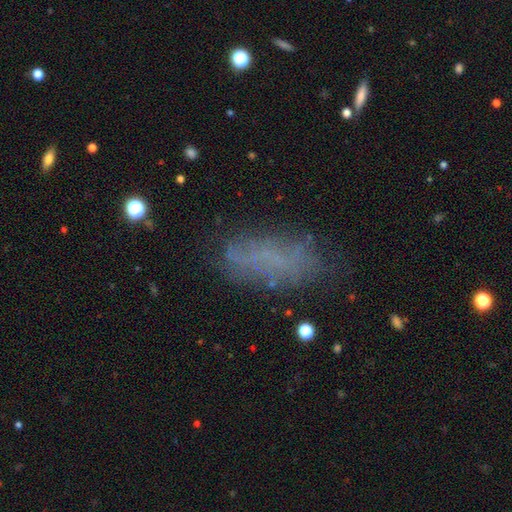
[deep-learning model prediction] This is possibly a smooth galaxy (59%). How rounded: likely in between (76%). Merging: likely none (67%).